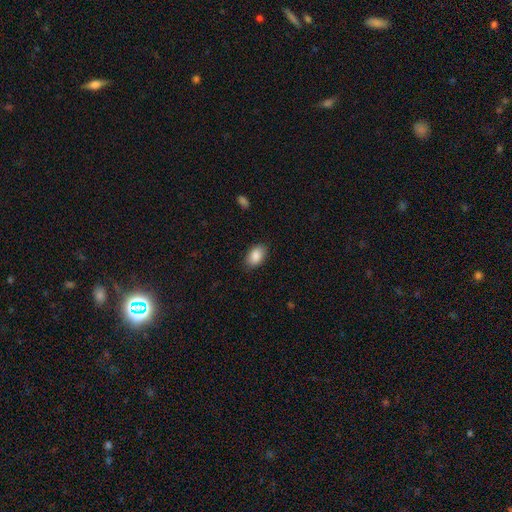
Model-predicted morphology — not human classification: type=smooth (88%); roundness=in between (91%); merging=none (85%).